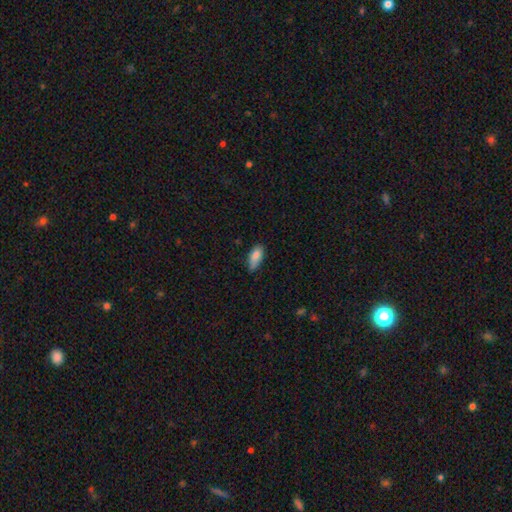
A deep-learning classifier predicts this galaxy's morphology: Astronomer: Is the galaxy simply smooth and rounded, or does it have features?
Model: smooth — 83%.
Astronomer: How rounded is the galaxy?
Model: in between — 86%.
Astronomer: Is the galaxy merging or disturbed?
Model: none — 63%.